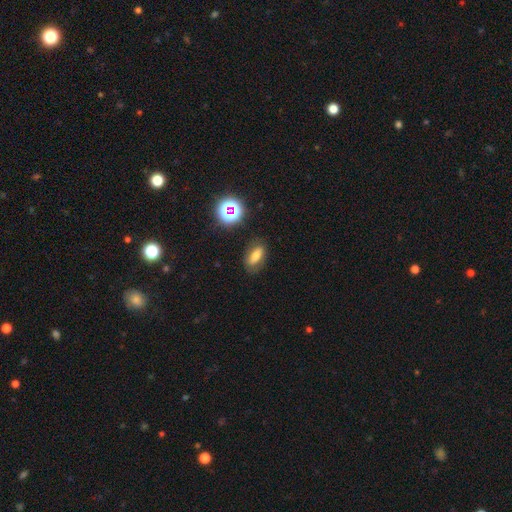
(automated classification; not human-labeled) Morphology: type=smooth (65%); roundness=in between (77%); merging=none (80%).